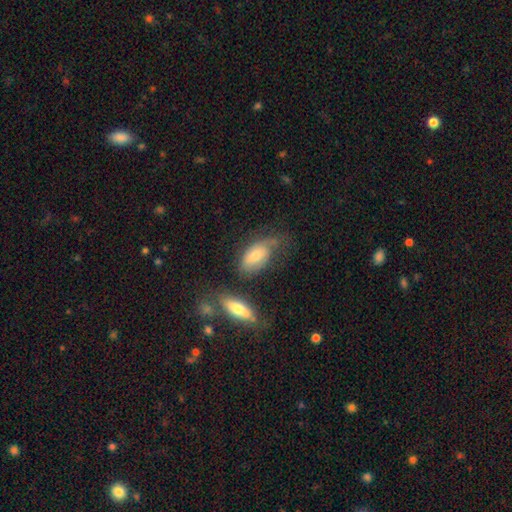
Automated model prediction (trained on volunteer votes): Overall: smooth (61%; featured or disk 31%). How rounded: in between (89%). Merging: none (38%; minor disturbance 29%).